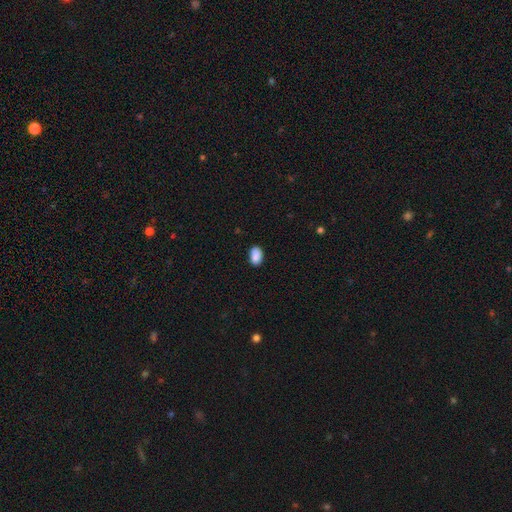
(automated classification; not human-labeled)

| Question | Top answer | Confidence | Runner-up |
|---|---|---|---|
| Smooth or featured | smooth | 89% | star or artifact (8%) |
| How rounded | in between | 90% | round (9%) |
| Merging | none | 80% | minor disturbance (16%) |